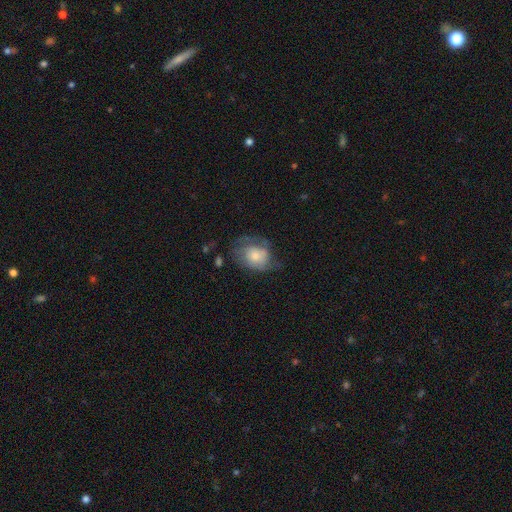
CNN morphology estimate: smooth-or-featured: smooth: 53% | featured or disk: 39% | star or artifact: 7%
  how-rounded: in between: 62% | round: 36% | cigar-shaped: 1%
  merging: none: 39% | minor disturbance: 31% | major disturbance: 28% | merger: 3%